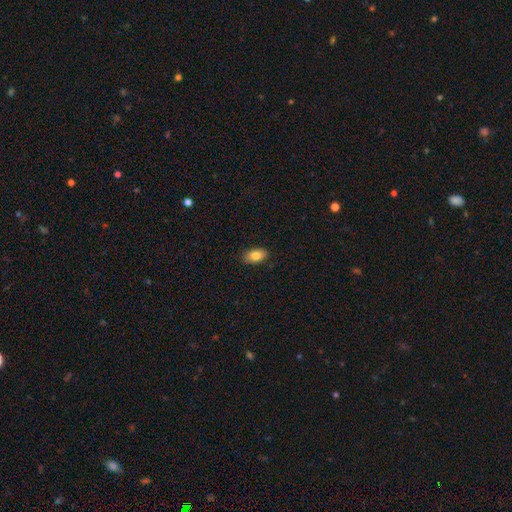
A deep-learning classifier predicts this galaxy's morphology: smooth 81%, featured or disk 11%, star or artifact 8%. Down the decision tree: how rounded — in between (91%); merging — none (88%).